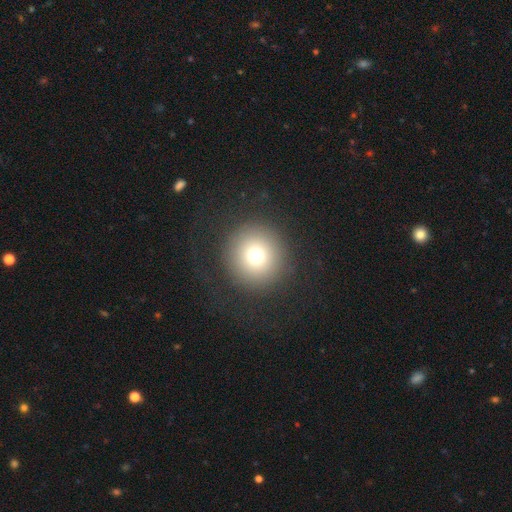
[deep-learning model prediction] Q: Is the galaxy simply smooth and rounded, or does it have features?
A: smooth — 74%.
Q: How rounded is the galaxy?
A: round — 95%.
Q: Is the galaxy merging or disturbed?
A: none — 89%.